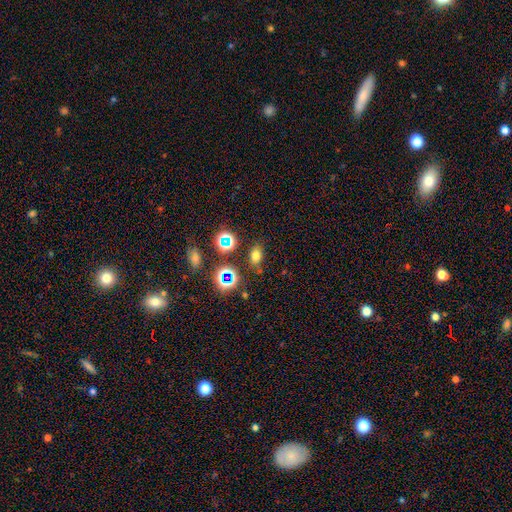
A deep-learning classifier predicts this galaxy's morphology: This is likely a smooth galaxy (68%). How rounded: likely in between (78%). Merging: likely none (77%).